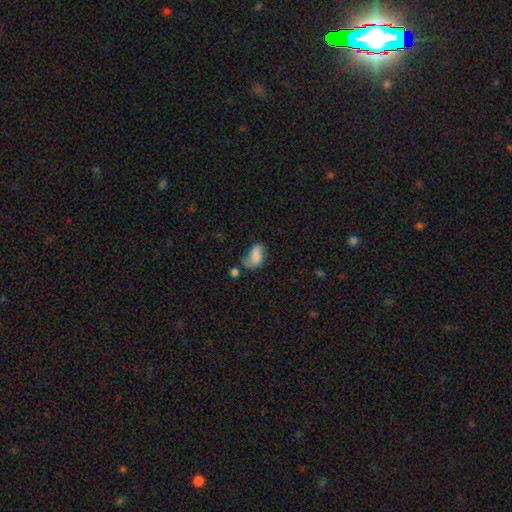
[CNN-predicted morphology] Smooth or featured: smooth — 61% (featured or disk — 29%)
How rounded: in between — 90% (round — 6%)
Merging: none — 36% (minor disturbance — 31%)